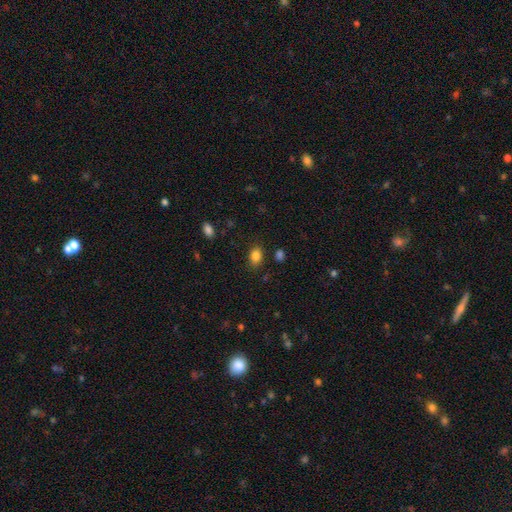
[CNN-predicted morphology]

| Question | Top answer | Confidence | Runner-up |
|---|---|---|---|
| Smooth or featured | smooth | 84% | star or artifact (11%) |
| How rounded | in between | 79% | round (19%) |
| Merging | none | 81% | minor disturbance (13%) |